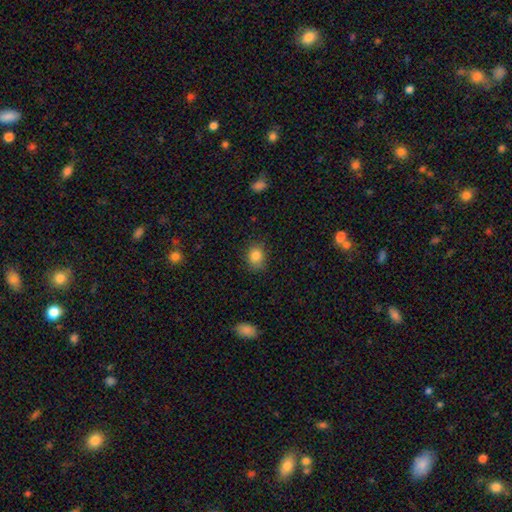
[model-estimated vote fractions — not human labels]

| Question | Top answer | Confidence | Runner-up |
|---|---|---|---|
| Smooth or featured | smooth | 84% | star or artifact (11%) |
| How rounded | round | 58% | in between (41%) |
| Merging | none | 79% | minor disturbance (16%) |